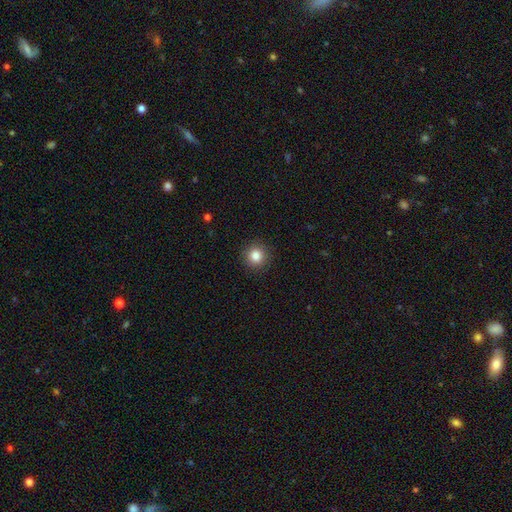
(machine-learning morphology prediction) This is clearly a smooth galaxy (83%). How rounded: clearly round (94%). Merging: clearly none (92%).